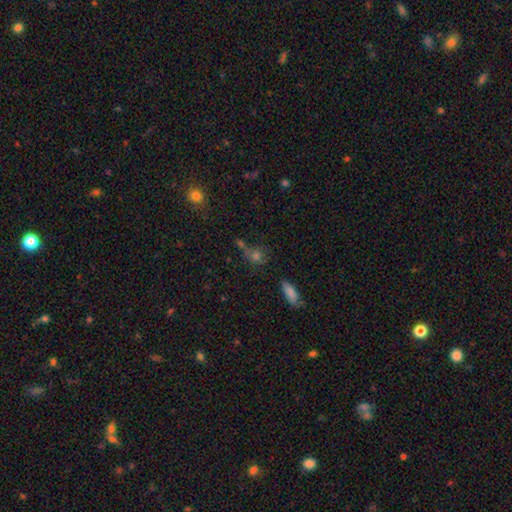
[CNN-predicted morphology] The model was most divided on "merging": none: 54%, merger: 24%, minor disturbance: 14%, major disturbance: 7%. More confident: how rounded — round (69%); smooth or featured — smooth (66%).